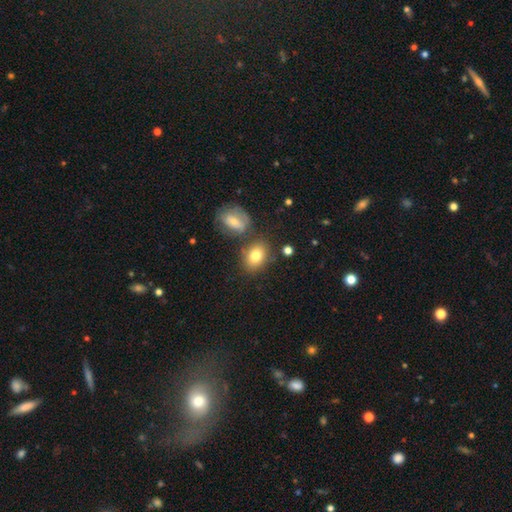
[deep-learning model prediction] A smooth galaxy with no disk features (79%) that is in between round and cigar-shaped (70%).

Vote fractions:
- Smooth or featured? smooth: 79% / featured or disk: 12% / star or artifact: 9%
- How rounded? in between: 70% / round: 28% / cigar-shaped: 1%
- Merging? none: 65% / merger: 17% / minor disturbance: 13% / major disturbance: 5%